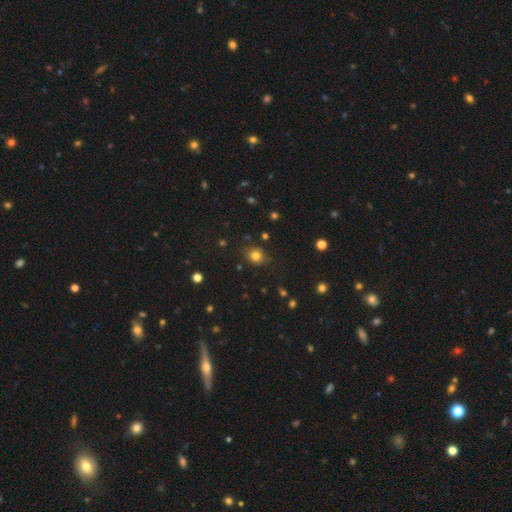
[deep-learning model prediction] Smooth or featured? smooth (78%)
How rounded? round (71%)
Merging? none (81%)